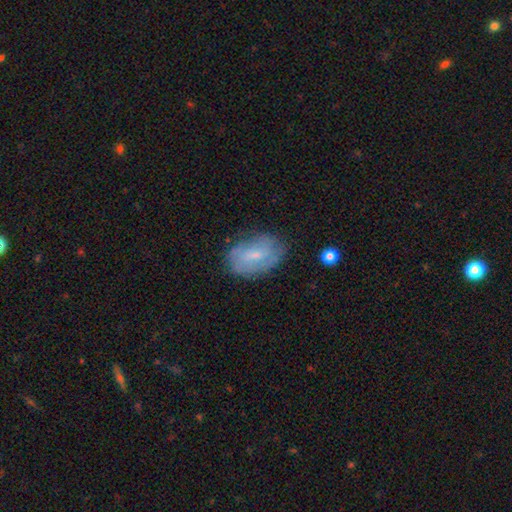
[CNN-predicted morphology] Smooth or featured? smooth (48%)
Merging? none (68%)